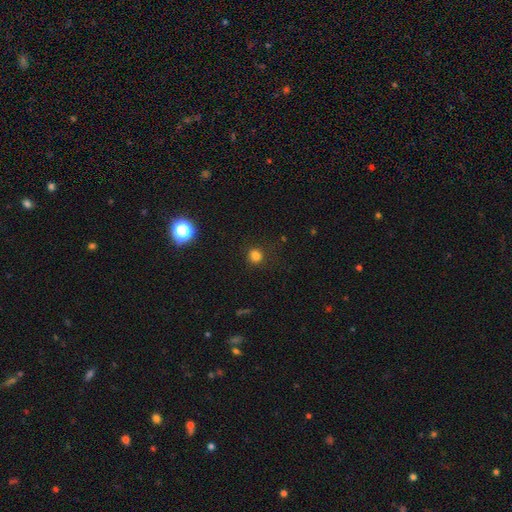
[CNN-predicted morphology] Smooth or featured: smooth — 80% (star or artifact — 15%)
How rounded: round — 86% (in between — 13%)
Merging: none — 85% (minor disturbance — 10%)